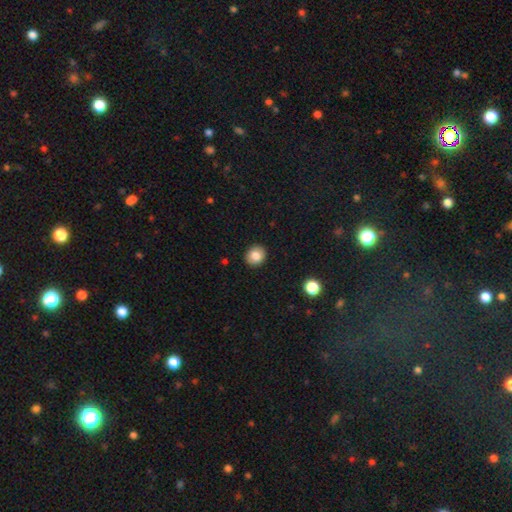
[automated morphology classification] This appears to be a smooth galaxy with no disk features (84%) that is round (70%). Merging: none (91%).